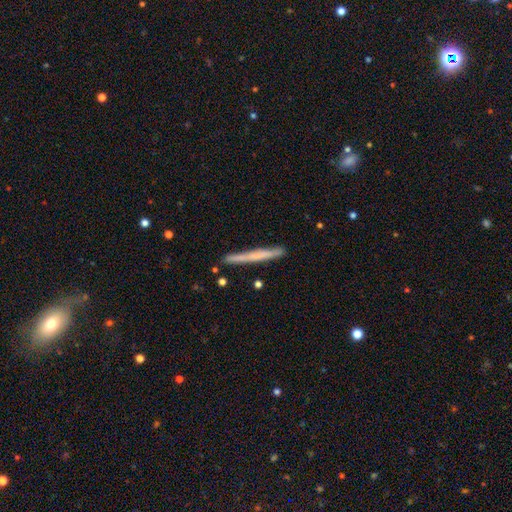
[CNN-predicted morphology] This is possibly a smooth galaxy (56%). How rounded: clearly cigar-shaped (97%). Merging: clearly none (88%).